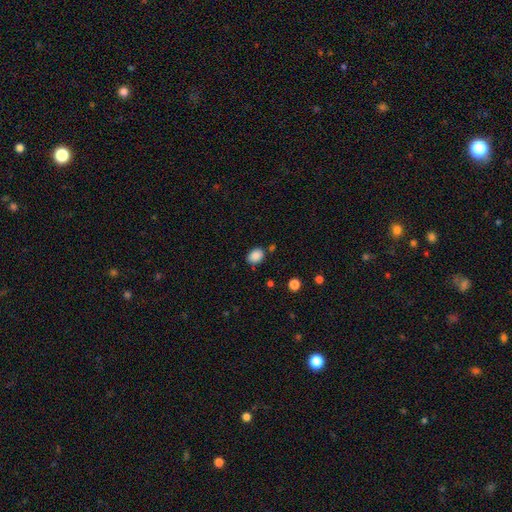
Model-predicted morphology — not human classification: This is clearly a smooth galaxy (87%). How rounded: likely in between (65%). Merging: likely none (77%).